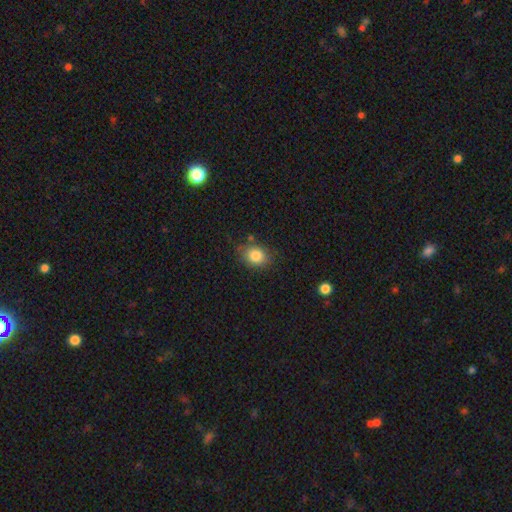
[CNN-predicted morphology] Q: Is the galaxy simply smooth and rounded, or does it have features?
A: smooth — 83%.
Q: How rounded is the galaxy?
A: round — 54%.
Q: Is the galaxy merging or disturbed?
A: none — 77%.